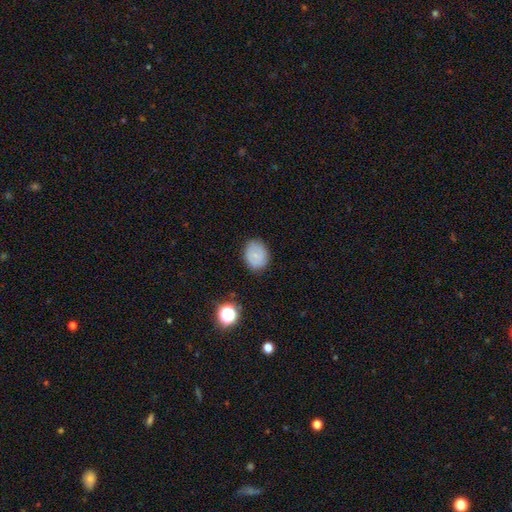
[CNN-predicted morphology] A smooth galaxy with no disk features (70%) that is in between round and cigar-shaped (50%).

Vote fractions:
- Smooth or featured? smooth: 70% / featured or disk: 19% / star or artifact: 11%
- How rounded? in between: 50% / round: 49% / cigar-shaped: 1%
- Merging? none: 82% / minor disturbance: 14% / major disturbance: 3% / merger: 1%